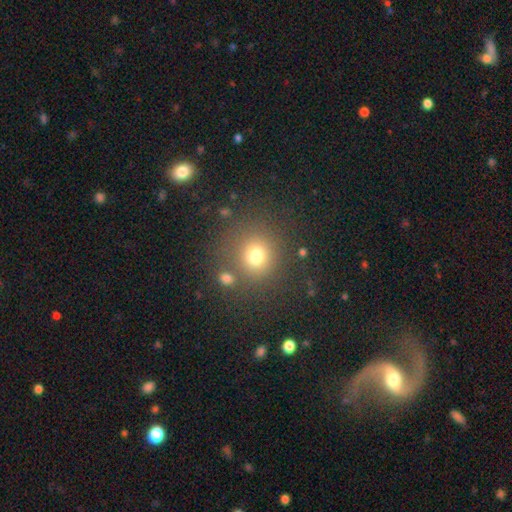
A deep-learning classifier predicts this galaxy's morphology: smooth 75%, star or artifact 17%, featured or disk 8%. Down the decision tree: how rounded — round (89%); merging — none (78%).